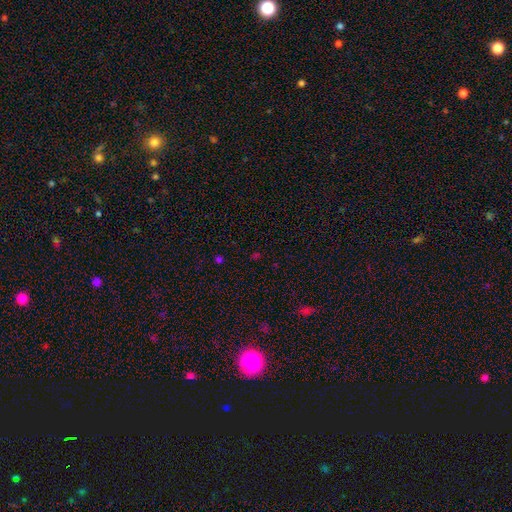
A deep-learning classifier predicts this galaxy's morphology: Overall: star or artifact (58%; smooth 36%).